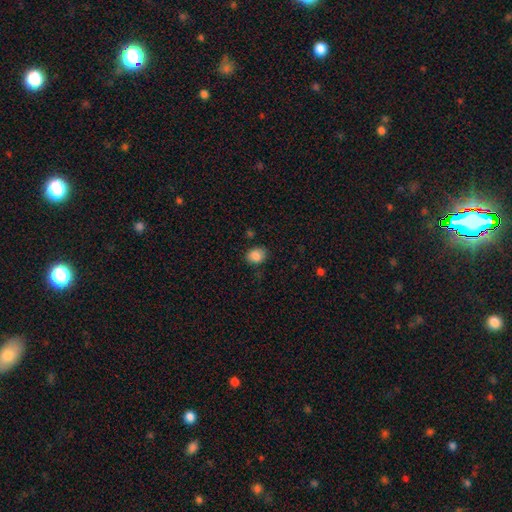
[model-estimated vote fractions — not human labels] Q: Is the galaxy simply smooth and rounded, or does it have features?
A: smooth — 86%.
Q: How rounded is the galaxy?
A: in between — 53%.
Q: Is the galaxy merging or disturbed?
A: none — 80%.